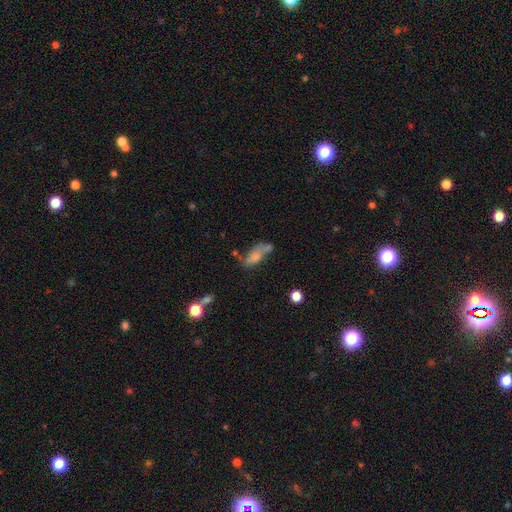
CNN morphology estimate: Smooth or featured? Predicted: smooth (p=0.65). How rounded? Predicted: in between (p=0.72). Merging? Predicted: none (p=0.37).